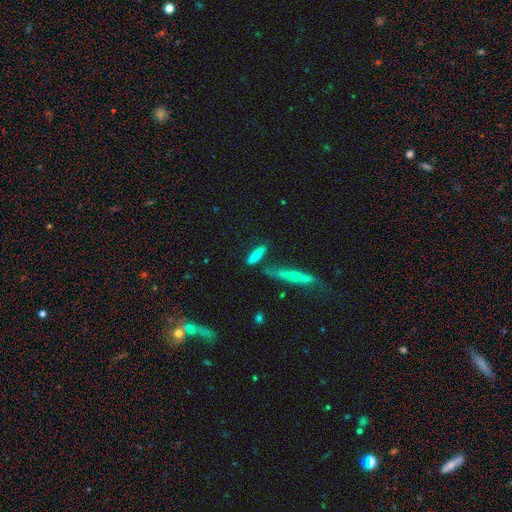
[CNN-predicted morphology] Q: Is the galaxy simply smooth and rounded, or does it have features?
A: smooth — 75%.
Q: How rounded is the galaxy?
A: cigar-shaped — 75%.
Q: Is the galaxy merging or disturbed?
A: none — 58%.